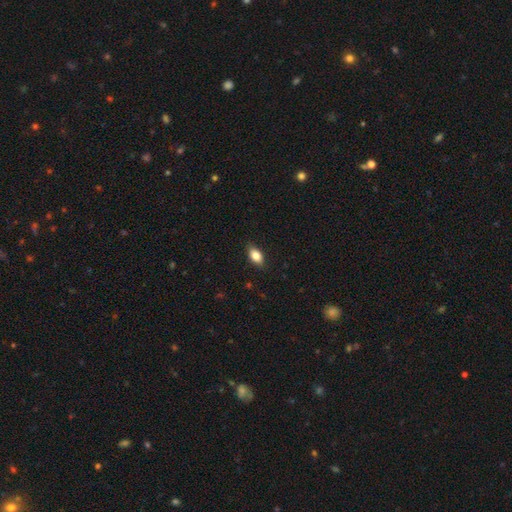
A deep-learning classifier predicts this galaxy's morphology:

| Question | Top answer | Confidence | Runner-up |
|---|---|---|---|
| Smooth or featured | smooth | 83% | featured or disk (9%) |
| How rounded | in between | 88% | round (8%) |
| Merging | none | 85% | minor disturbance (12%) |